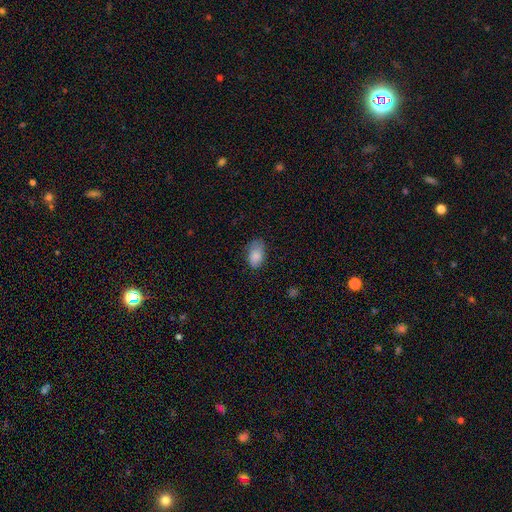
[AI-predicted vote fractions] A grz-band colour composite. It shows a smooth galaxy with no disk features (85%) that is in between round and cigar-shaped (90%). Merging: none (65%).